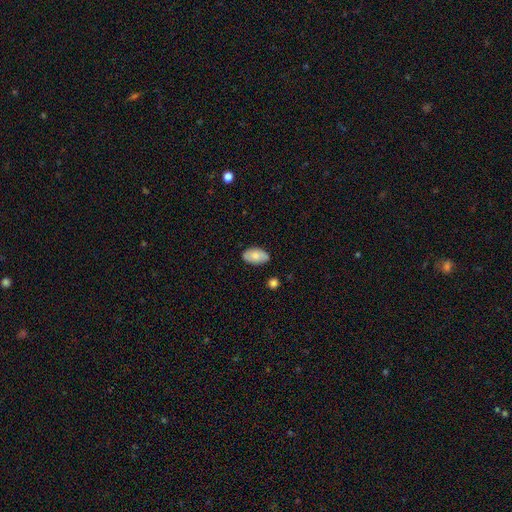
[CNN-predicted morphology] Q: Smooth or featured?
A: smooth (73%); runner-up: featured or disk (20%)
Q: How rounded?
A: in between (94%); runner-up: round (4%)
Q: Merging?
A: none (81%); runner-up: minor disturbance (15%)